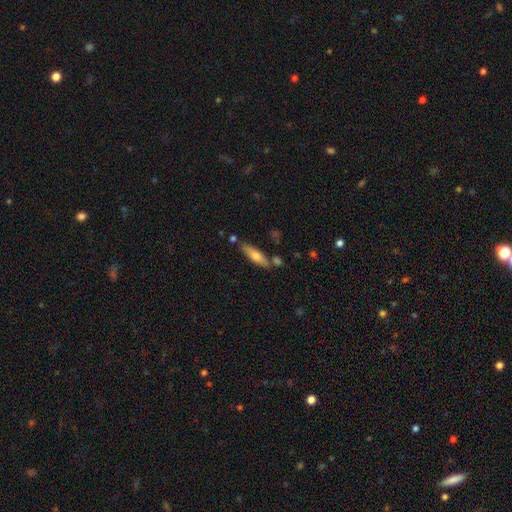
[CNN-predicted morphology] A smooth galaxy with no disk features (61%) that is cigar-shaped (65%).

Vote fractions:
- Smooth or featured? smooth: 61% / featured or disk: 32% / star or artifact: 7%
- How rounded? cigar-shaped: 65% / in between: 33% / round: 2%
- Merging? none: 72% / minor disturbance: 15% / merger: 10% / major disturbance: 3%